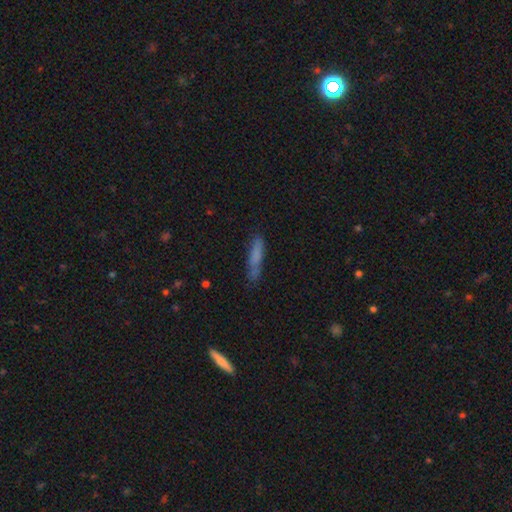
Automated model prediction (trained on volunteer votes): This appears to be a smooth galaxy with no disk features (73%) that is cigar-shaped (88%). Merging: none (74%).